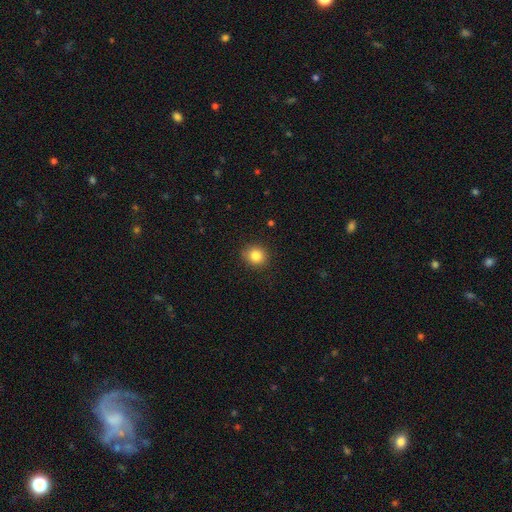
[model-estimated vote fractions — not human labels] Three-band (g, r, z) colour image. It shows a smooth galaxy with no disk features (85%) that is round (85%). Merging: none (88%).